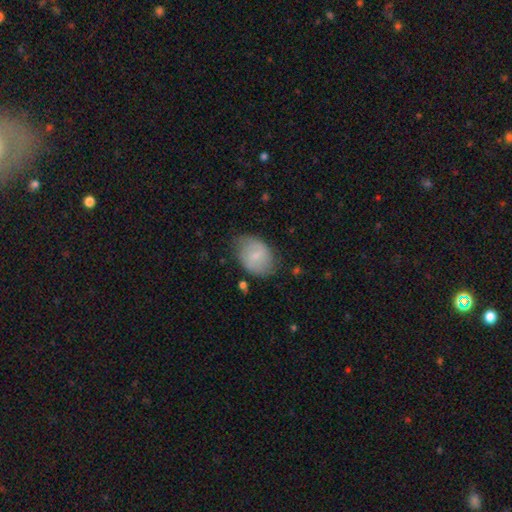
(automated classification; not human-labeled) This appears to be a smooth galaxy with no disk features (65%) that is in between round and cigar-shaped (73%). Merging: none (68%).